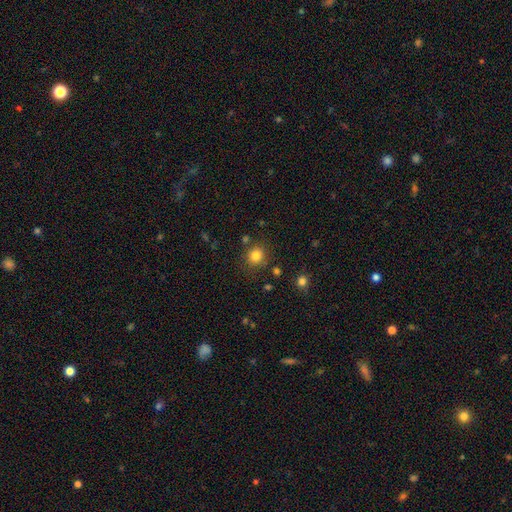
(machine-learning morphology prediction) smooth 82%, star or artifact 13%, featured or disk 5%. Down the decision tree: how rounded — round (87%); merging — none (82%).